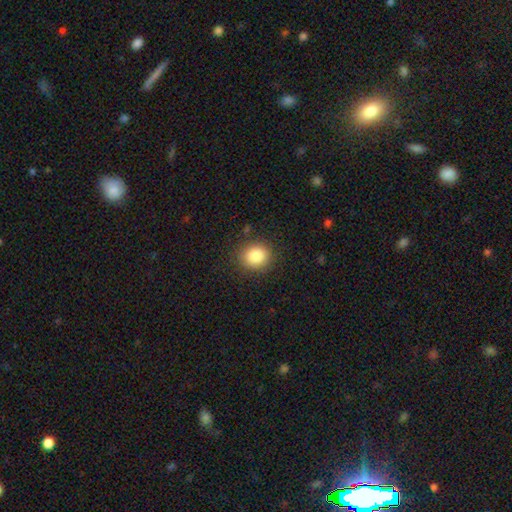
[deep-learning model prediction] Smooth or featured: smooth — 86% (star or artifact — 10%)
How rounded: round — 78% (in between — 21%)
Merging: none — 87% (minor disturbance — 8%)